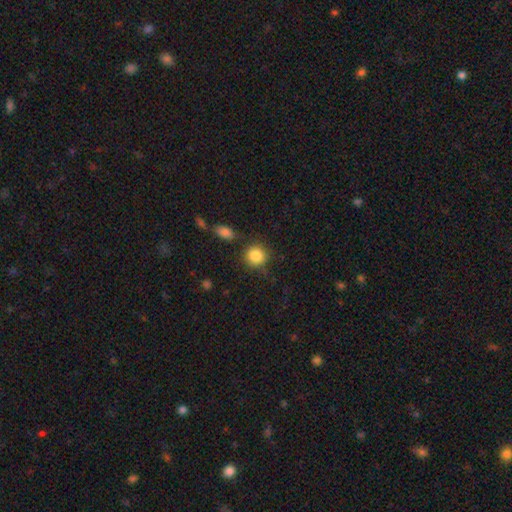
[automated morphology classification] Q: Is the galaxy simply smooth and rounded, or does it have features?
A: smooth — 86%.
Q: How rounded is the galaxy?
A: round — 89%.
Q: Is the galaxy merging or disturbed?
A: none — 79%.